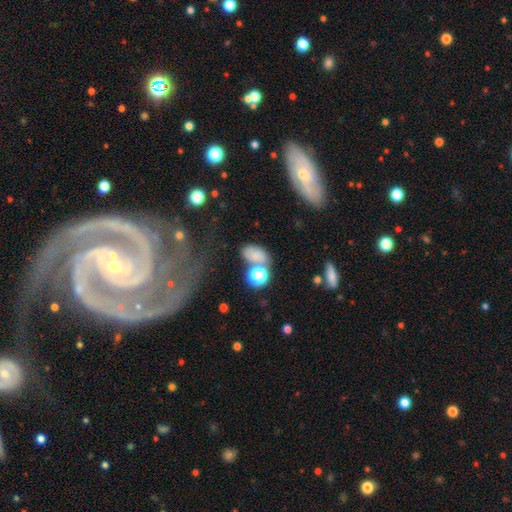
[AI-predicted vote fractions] This appears to be a smooth galaxy with no disk features (67%) that is in between round and cigar-shaped (80%). Merging: none (46%).